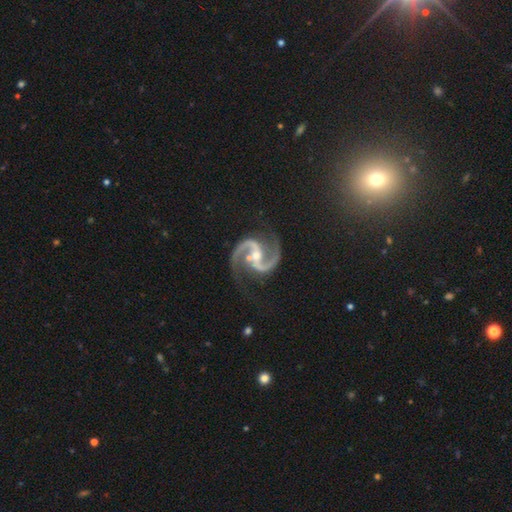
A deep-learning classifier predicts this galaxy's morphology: Q: Smooth or featured?
A: featured or disk (94%); runner-up: star or artifact (4%)
Q: Edge-on disk?
A: no (98%); runner-up: yes (2%)
Q: Bar?
A: weak (39%); runner-up: no (32%)
Q: Spiral arms?
A: yes (99%); runner-up: no (1%)
Q: Spiral winding?
A: medium (62%); runner-up: loose (28%)
Q: Spiral arm count?
A: 2 (95%); runner-up: 3 (1%)
Q: Bulge size?
A: small (48%); runner-up: moderate (46%)
Q: Merging?
A: none (76%); runner-up: minor disturbance (15%)